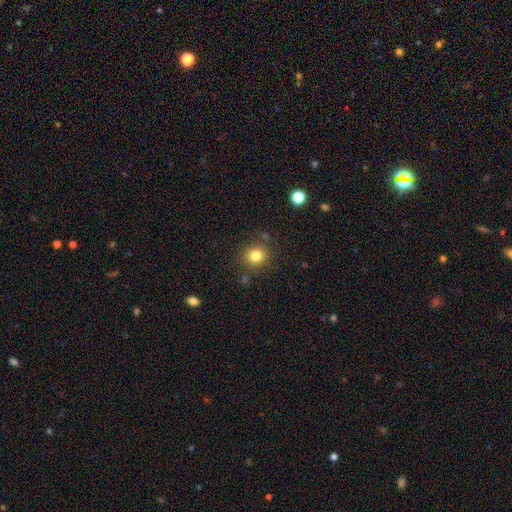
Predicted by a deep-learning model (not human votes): smooth-or-featured: smooth: 81% | star or artifact: 12% | featured or disk: 7%
  how-rounded: round: 84% | in between: 15% | cigar-shaped: 1%
  merging: none: 84% | minor disturbance: 9% | merger: 3% | major disturbance: 3%